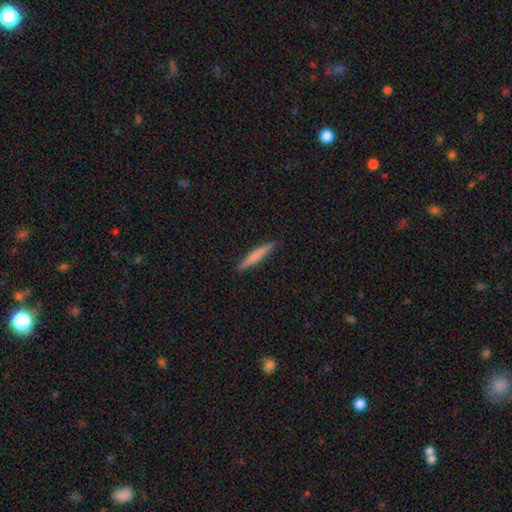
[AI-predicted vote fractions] Smooth or featured?
  - smooth: 67% *
  - featured or disk: 27%
  - star or artifact: 6%
How rounded?
  - cigar-shaped: 94% *
  - in between: 5%
  - round: 1%
Merging?
  - none: 88% *
  - minor disturbance: 9%
  - major disturbance: 2%
  - merger: 1%